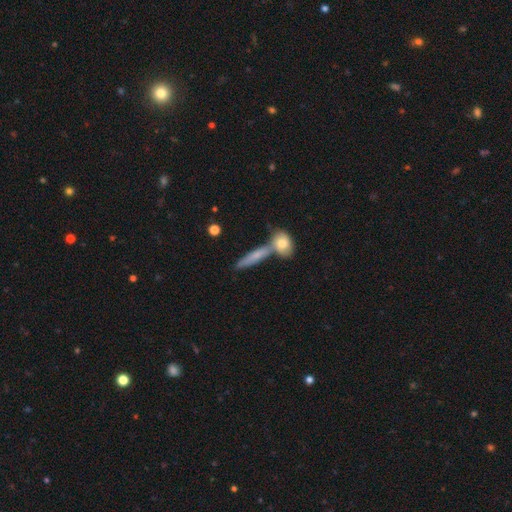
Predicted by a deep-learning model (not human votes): smooth 65%, featured or disk 27%, star or artifact 7%. Down the decision tree: how rounded — cigar-shaped (74%); merging — none (52%).